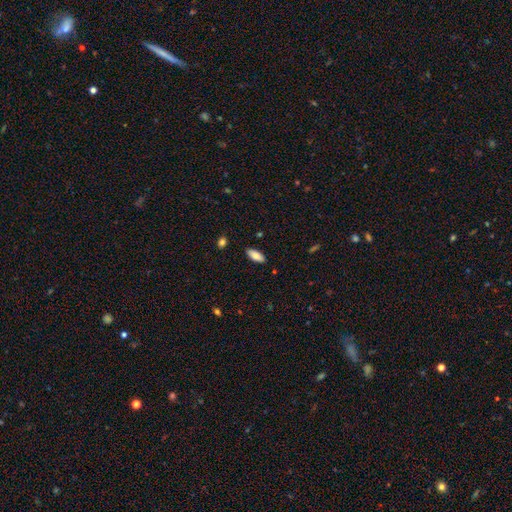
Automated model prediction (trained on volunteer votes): Smooth or featured: smooth — 83% (featured or disk — 10%)
How rounded: in between — 82% (cigar-shaped — 16%)
Merging: none — 88% (minor disturbance — 9%)